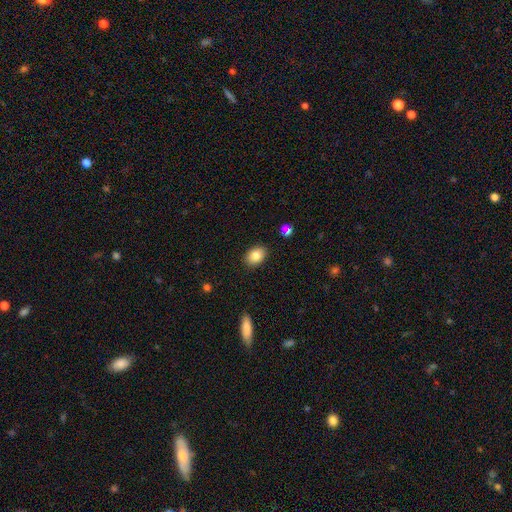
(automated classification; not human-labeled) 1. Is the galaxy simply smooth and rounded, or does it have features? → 84% smooth, 8% star or artifact, 8% featured or disk.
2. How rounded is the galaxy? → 76% in between, 23% round, 1% cigar-shaped.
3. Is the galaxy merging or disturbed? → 88% none, 8% minor disturbance, 2% major disturbance, 1% merger.